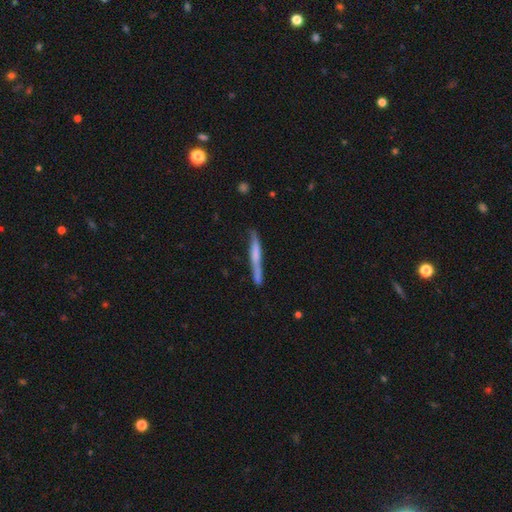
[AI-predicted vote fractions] Smooth or featured? featured or disk (48%)
Merging? none (76%)